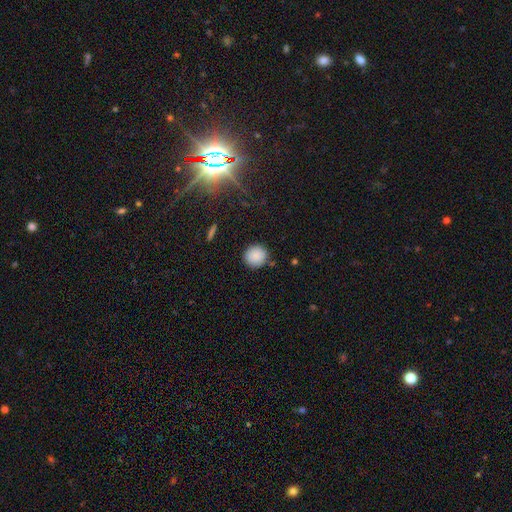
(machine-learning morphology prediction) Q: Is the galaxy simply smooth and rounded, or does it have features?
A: smooth — 88%.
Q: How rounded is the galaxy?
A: round — 92%.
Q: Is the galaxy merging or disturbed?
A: none — 88%.